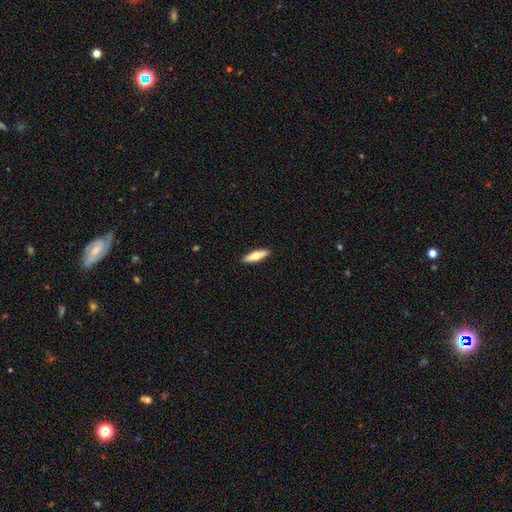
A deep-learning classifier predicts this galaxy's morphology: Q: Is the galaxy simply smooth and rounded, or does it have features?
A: smooth — 55%.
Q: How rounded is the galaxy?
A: cigar-shaped — 69%.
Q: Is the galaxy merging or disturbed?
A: none — 91%.